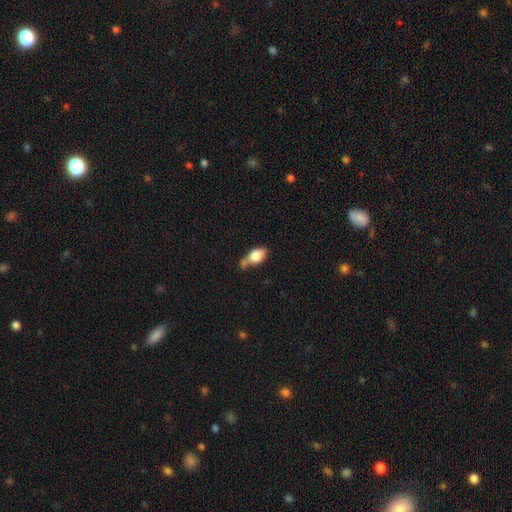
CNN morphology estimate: smooth 73%, featured or disk 19%, star or artifact 8%. Down the decision tree: how rounded — in between (82%); merging — none (40%).